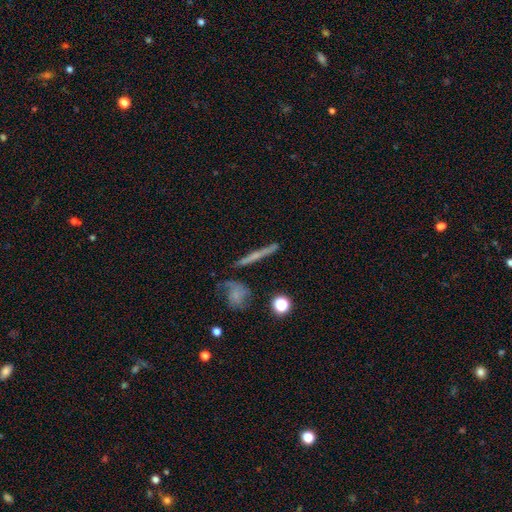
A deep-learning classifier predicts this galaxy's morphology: This is possibly a featured or disk galaxy (56%). It is clearly viewed edge-on (88%). Merging: likely none (75%).